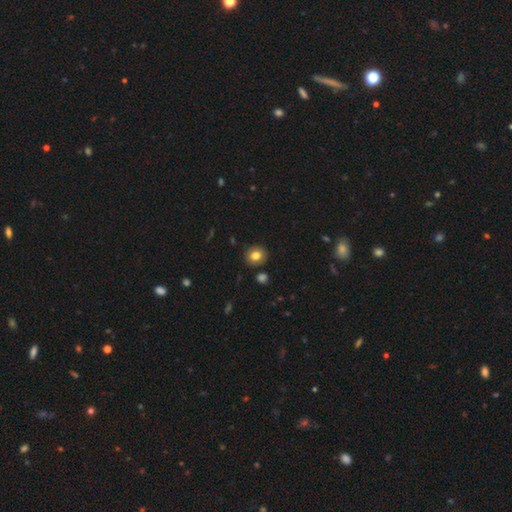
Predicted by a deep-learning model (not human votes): This appears to be a smooth galaxy with no disk features (81%) that is round (82%). Merging: none (88%).